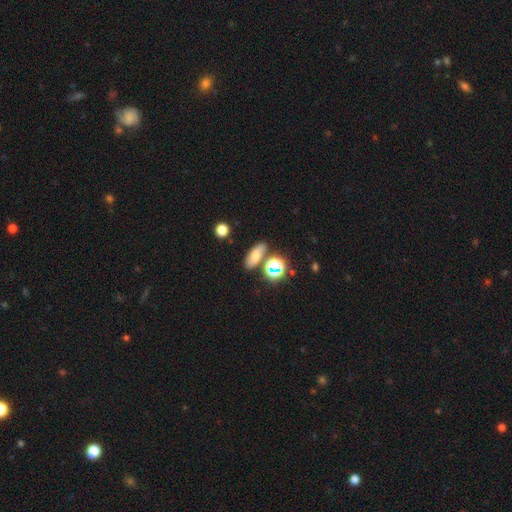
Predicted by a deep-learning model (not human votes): Smooth or featured? Predicted: smooth (p=0.62). How rounded? Predicted: in between (p=0.66). Merging? Predicted: none (p=0.73).